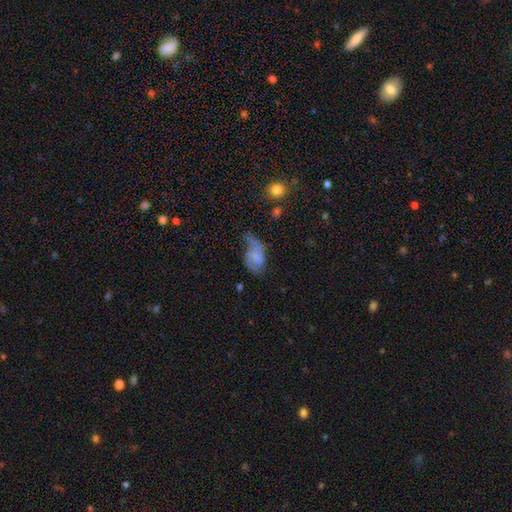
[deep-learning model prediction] Smooth or featured? featured or disk (48%)
Merging? major disturbance (34%)